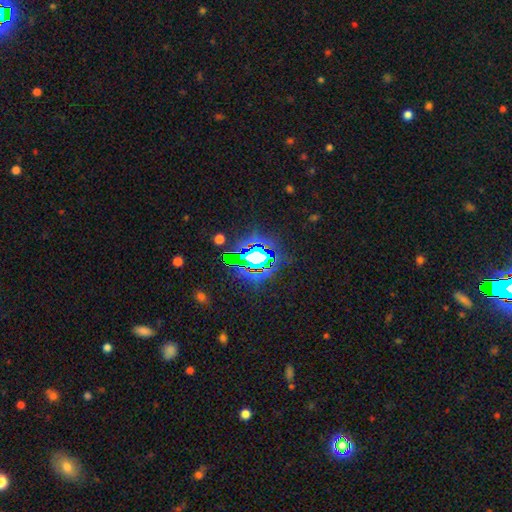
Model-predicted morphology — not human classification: This appears to be a star or artifact, not a galaxy (74%).